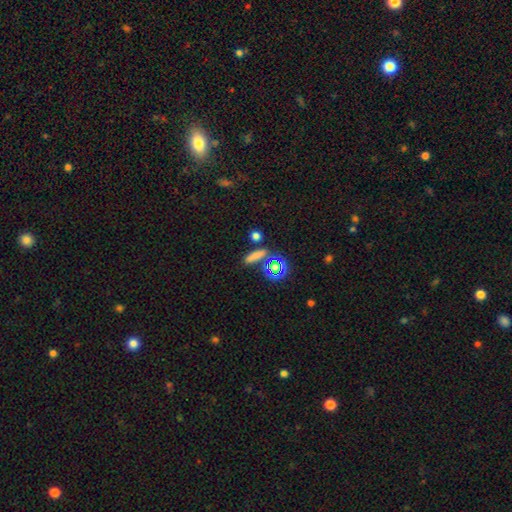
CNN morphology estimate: Smooth or featured?
  - smooth: 66% *
  - star or artifact: 24%
  - featured or disk: 10%
How rounded?
  - cigar-shaped: 55% *
  - in between: 29%
  - round: 16%
Merging?
  - none: 73% *
  - minor disturbance: 12%
  - merger: 10%
  - major disturbance: 5%